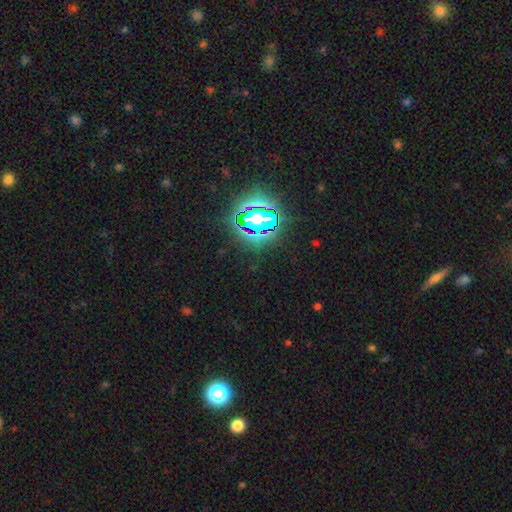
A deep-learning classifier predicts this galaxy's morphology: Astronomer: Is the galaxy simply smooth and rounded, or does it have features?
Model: star or artifact — 80%.